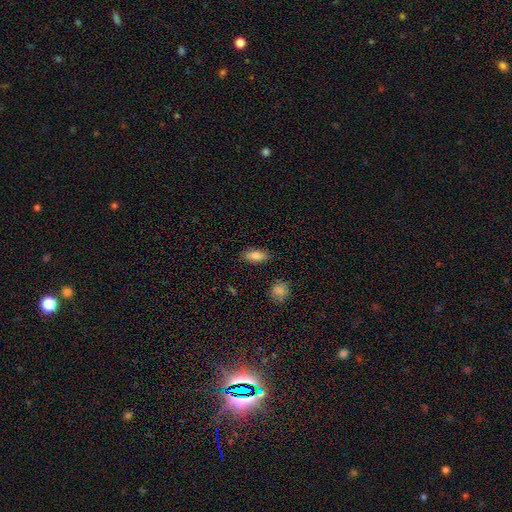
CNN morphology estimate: This appears to be a smooth galaxy with no disk features (81%) that is in between round and cigar-shaped (86%). Merging: none (85%).